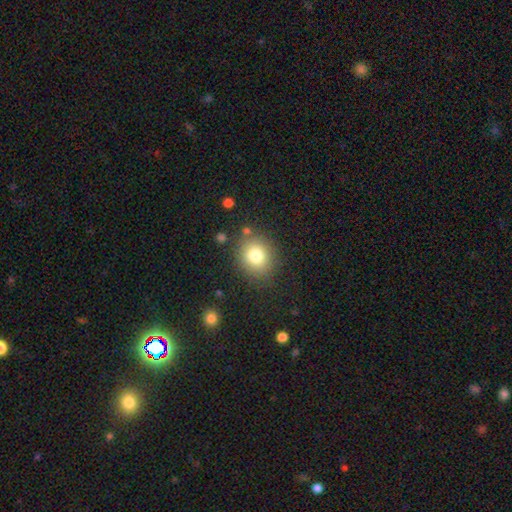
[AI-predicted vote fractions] This is likely a smooth galaxy (79%). How rounded: likely round (71%). Merging: clearly none (82%).